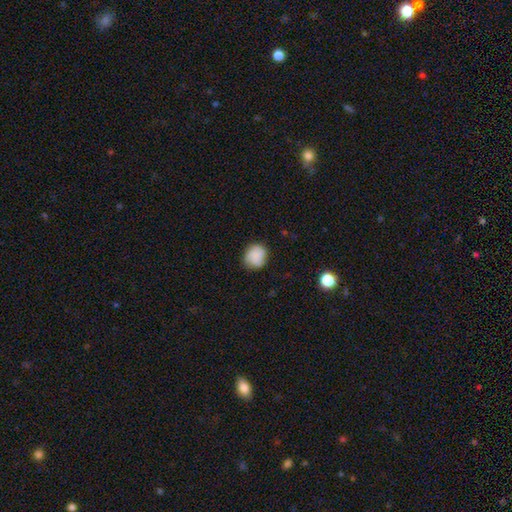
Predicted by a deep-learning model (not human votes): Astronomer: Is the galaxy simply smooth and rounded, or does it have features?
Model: smooth — 79%.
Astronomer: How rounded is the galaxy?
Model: round — 73%.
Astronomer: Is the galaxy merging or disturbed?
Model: none — 74%.